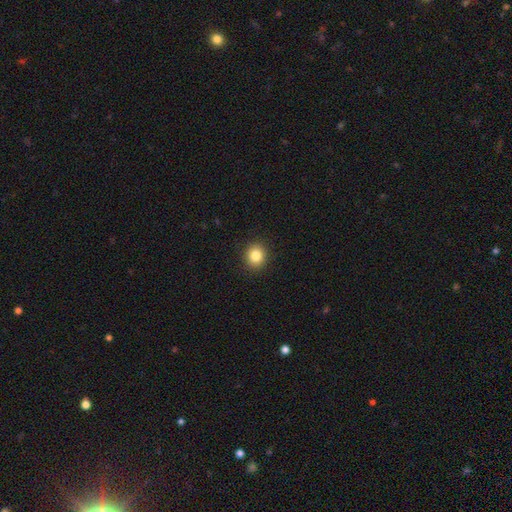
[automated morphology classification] smooth-or-featured: smooth: 84% | star or artifact: 11% | featured or disk: 5%
  how-rounded: round: 82% | in between: 17% | cigar-shaped: 1%
  merging: none: 91% | minor disturbance: 6% | major disturbance: 2% | merger: 1%